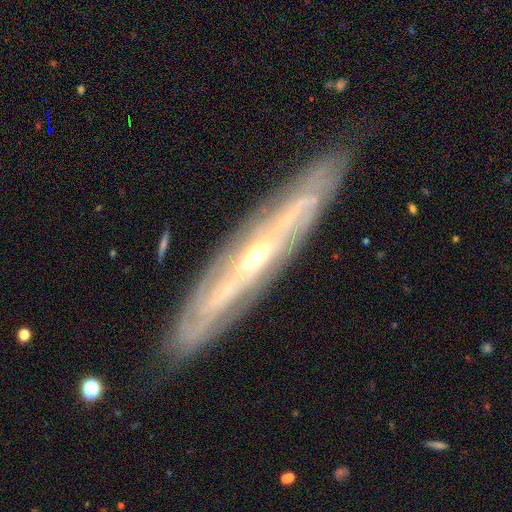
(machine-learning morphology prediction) type=featured or disk (80%); edge-on=yes (66%); edge-on bulge=rounded (70%); merging=none (86%).